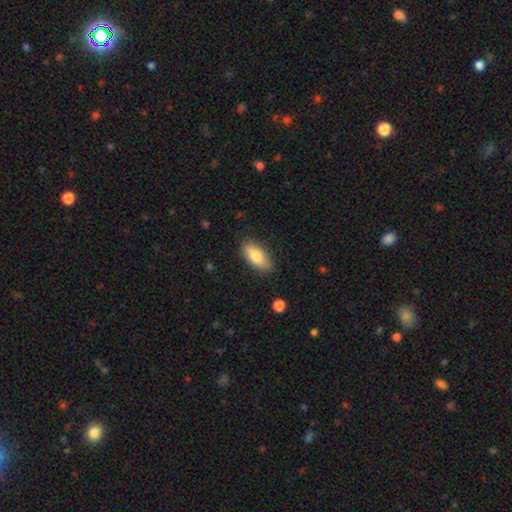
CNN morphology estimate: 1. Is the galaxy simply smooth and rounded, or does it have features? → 81% smooth, 13% featured or disk, 6% star or artifact.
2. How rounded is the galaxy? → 85% in between, 13% cigar-shaped, 3% round.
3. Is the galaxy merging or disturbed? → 85% none, 11% minor disturbance, 2% major disturbance, 1% merger.